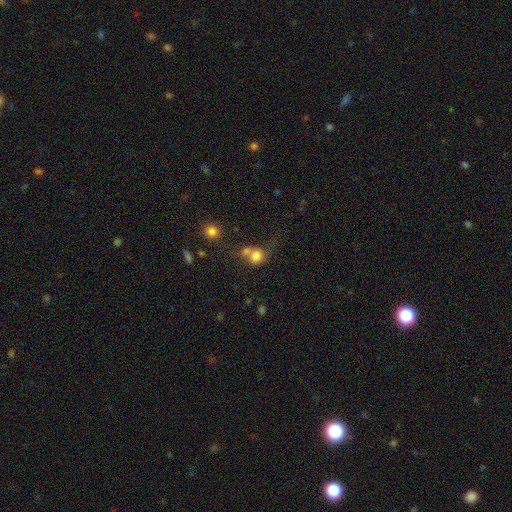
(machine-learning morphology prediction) Smooth or featured: smooth — 77% (featured or disk — 12%)
How rounded: round — 75% (in between — 24%)
Merging: merger — 50% (none — 29%)